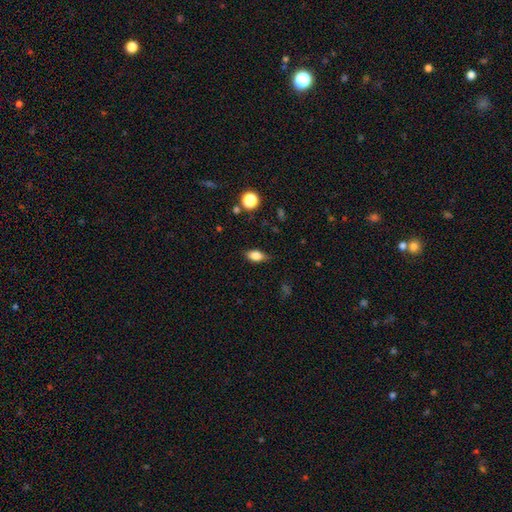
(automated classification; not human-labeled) Smooth or featured?
  - smooth: 80% *
  - featured or disk: 11%
  - star or artifact: 9%
How rounded?
  - in between: 84% *
  - round: 10%
  - cigar-shaped: 6%
Merging?
  - none: 80% *
  - minor disturbance: 16%
  - major disturbance: 3%
  - merger: 1%